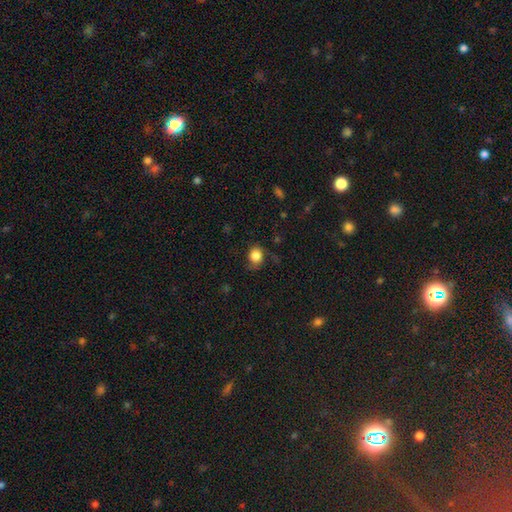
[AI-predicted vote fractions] Smooth or featured? Predicted: smooth (p=0.81). How rounded? Predicted: round (p=0.66). Merging? Predicted: none (p=0.67).